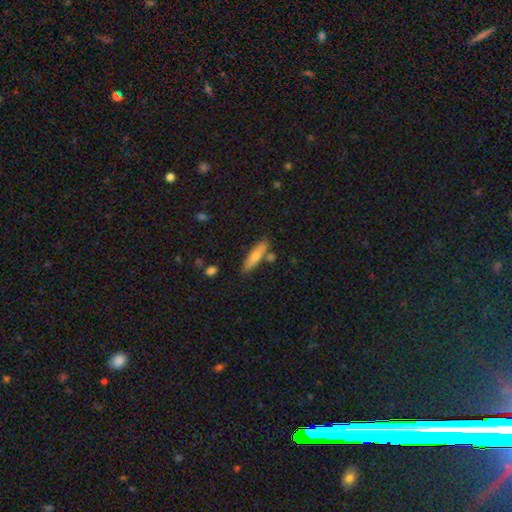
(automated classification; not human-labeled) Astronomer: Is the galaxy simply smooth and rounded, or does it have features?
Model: smooth — 71%.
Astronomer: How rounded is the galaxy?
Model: cigar-shaped — 72%.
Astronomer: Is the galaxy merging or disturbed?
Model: none — 77%.